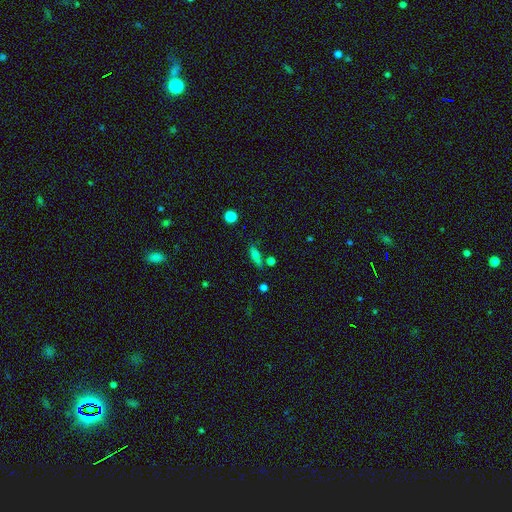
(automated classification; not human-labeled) Morphology: type=smooth (70%); roundness=cigar-shaped (52%); merging=none (71%).